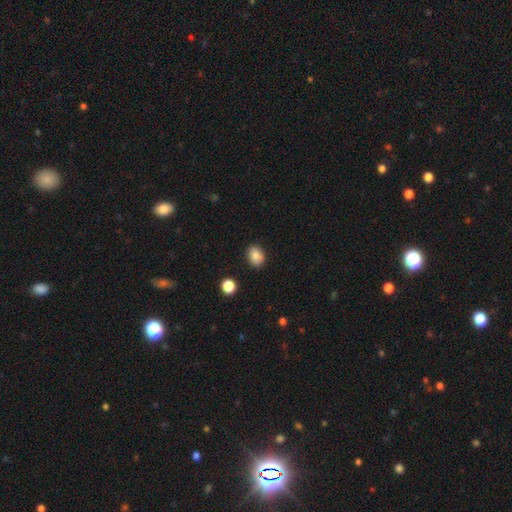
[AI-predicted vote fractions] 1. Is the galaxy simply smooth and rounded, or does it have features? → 86% smooth, 9% star or artifact, 5% featured or disk.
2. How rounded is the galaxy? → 64% in between, 35% round, 1% cigar-shaped.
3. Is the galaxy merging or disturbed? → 88% none, 9% minor disturbance, 2% major disturbance, 2% merger.